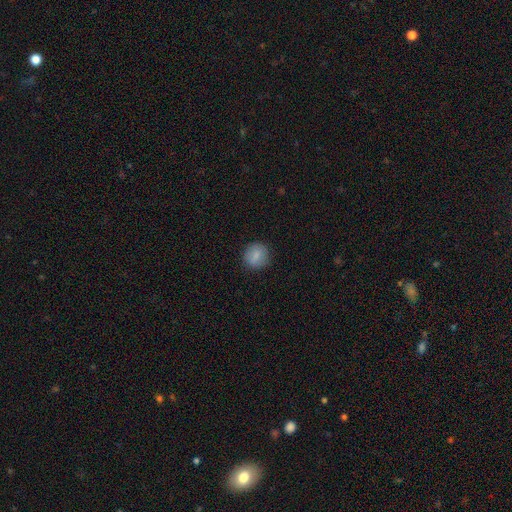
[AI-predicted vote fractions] A smooth galaxy with no disk features (83%) that is round (87%).

Vote fractions:
- Smooth or featured? smooth: 83% / featured or disk: 9% / star or artifact: 8%
- How rounded? round: 87% / in between: 12% / cigar-shaped: 1%
- Merging? none: 86% / minor disturbance: 10% / major disturbance: 3% / merger: 1%